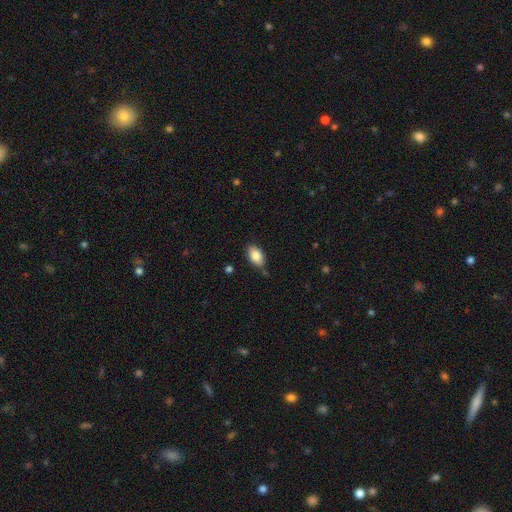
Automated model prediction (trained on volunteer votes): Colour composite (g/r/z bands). It shows a smooth galaxy with no disk features (85%) that is in between round and cigar-shaped (92%). Merging: none (77%).